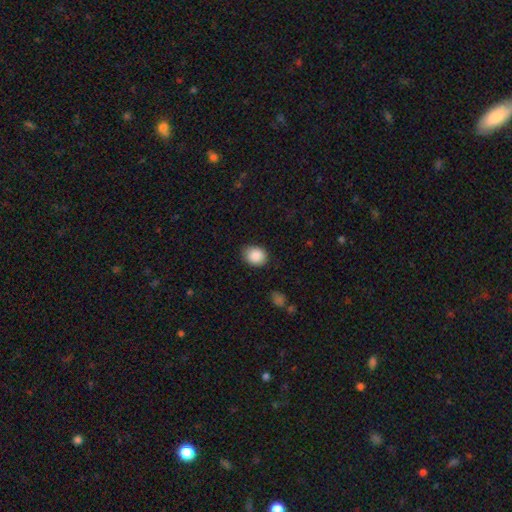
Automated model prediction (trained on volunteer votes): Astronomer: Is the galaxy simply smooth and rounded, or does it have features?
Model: smooth — 89%.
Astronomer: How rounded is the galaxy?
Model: round — 52% (runner-up: in between, 47%).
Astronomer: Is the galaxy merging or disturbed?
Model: none — 83%.